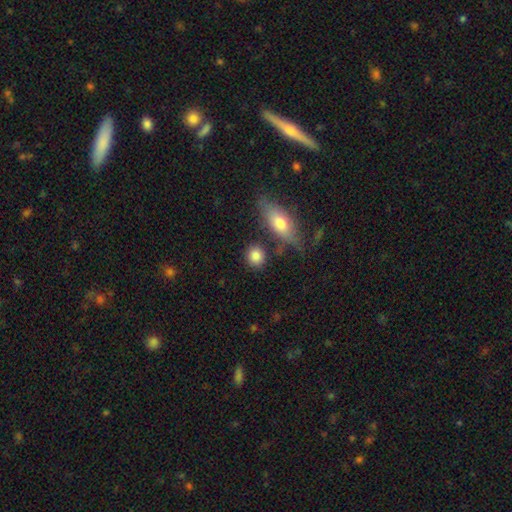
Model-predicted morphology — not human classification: This is clearly a smooth galaxy (85%). How rounded: likely round (78%). Merging: likely none (76%).